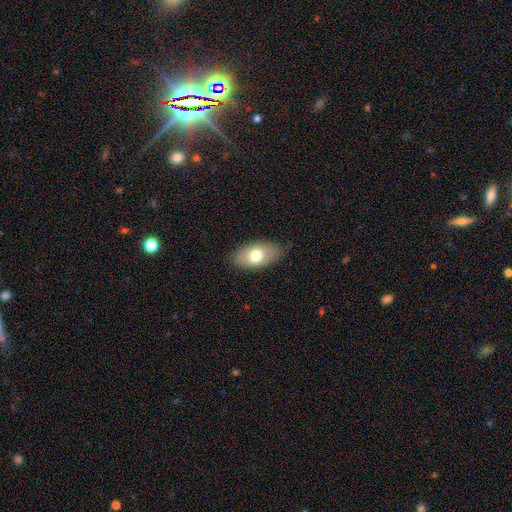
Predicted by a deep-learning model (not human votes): Overall: smooth (70%). How rounded: in between (93%). Merging: none (79%).